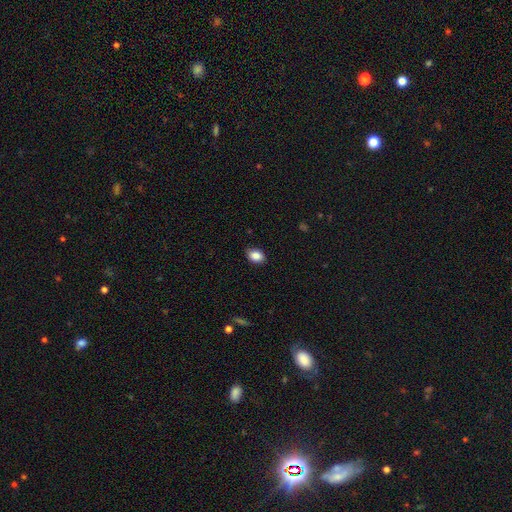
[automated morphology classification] A smooth galaxy with no disk features (87%) that is in between round and cigar-shaped (75%).

Vote fractions:
- Smooth or featured? smooth: 87% / star or artifact: 8% / featured or disk: 5%
- How rounded? in between: 75% / round: 24% / cigar-shaped: 1%
- Merging? none: 87% / minor disturbance: 10% / major disturbance: 2% / merger: 1%